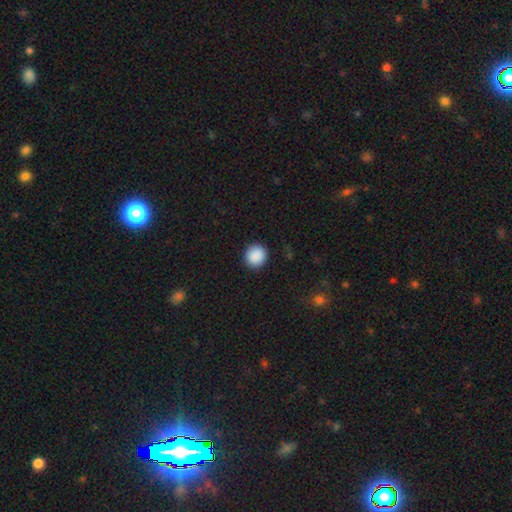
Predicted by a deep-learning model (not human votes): Smooth or featured? Predicted: smooth (p=0.90). How rounded? Predicted: round (p=0.94). Merging? Predicted: none (p=0.91).